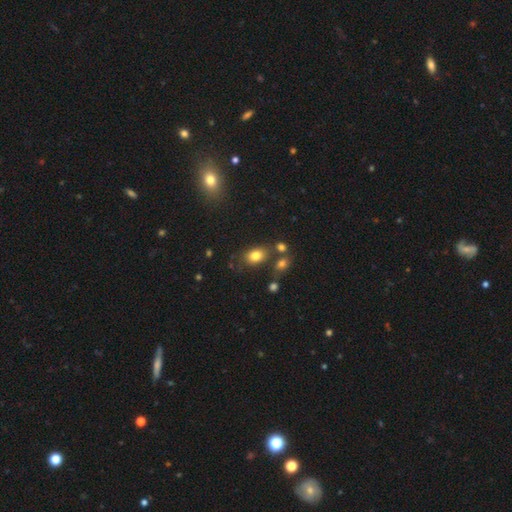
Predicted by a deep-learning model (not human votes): A smooth galaxy with no disk features (80%) that is in between round and cigar-shaped (76%). Merging: none (70%).